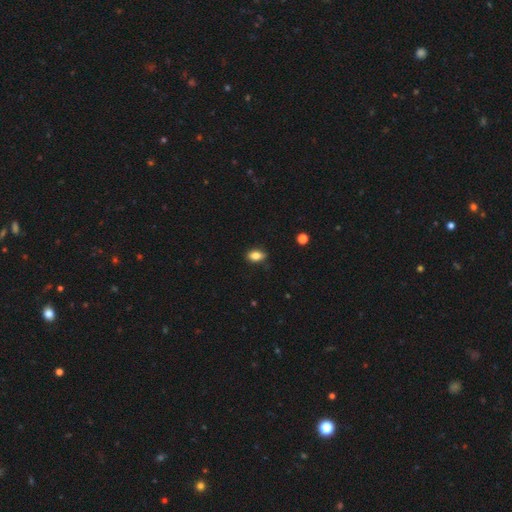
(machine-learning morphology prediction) This is clearly a smooth galaxy (83%). How rounded: clearly in between (86%). Merging: clearly none (81%).